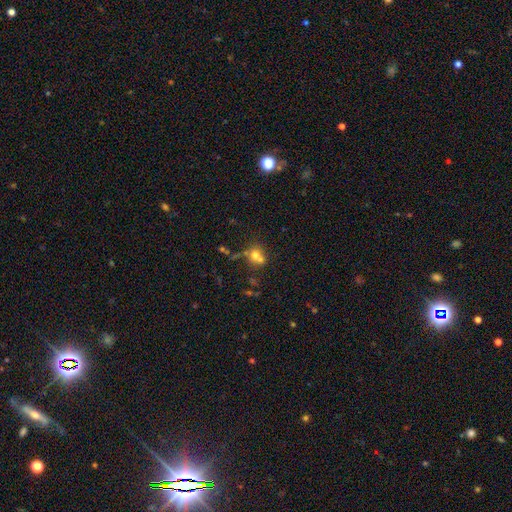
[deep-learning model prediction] This appears to be a smooth galaxy with no disk features (65%) that is round (74%). Merging: merger (48%).